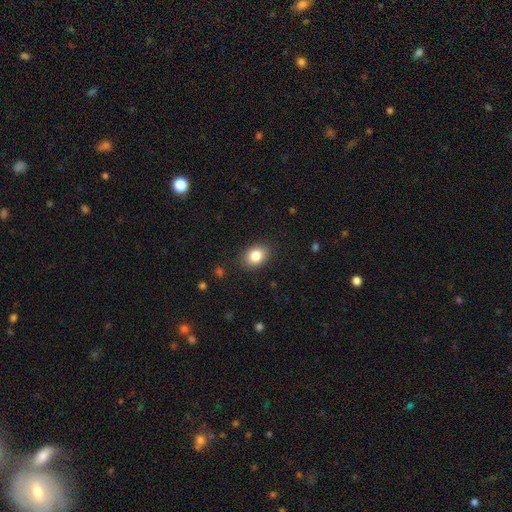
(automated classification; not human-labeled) Overall: smooth (84%). How rounded: in between (61%; round 38%). Merging: none (88%).